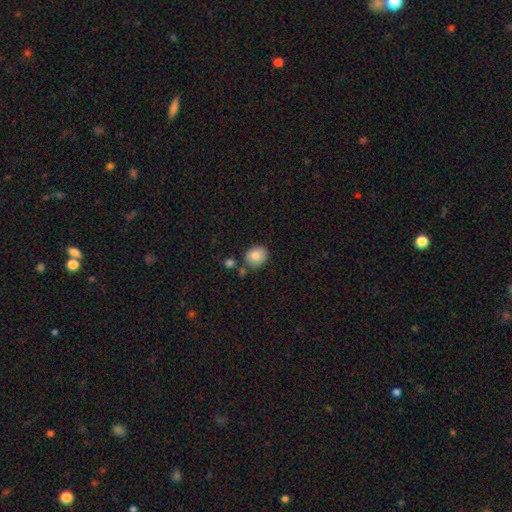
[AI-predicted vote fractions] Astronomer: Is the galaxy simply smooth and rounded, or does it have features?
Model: smooth — 84%.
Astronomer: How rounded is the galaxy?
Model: round — 66%.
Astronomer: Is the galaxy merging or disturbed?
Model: none — 75%.